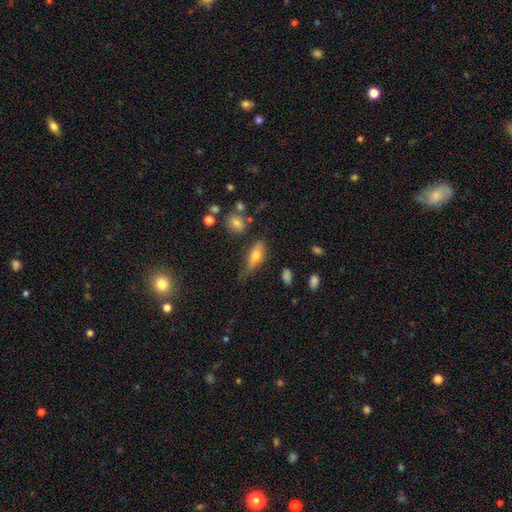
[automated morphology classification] smooth 61%, featured or disk 30%, star or artifact 9%. Down the decision tree: how rounded — in between (63%); merging — none (54%).